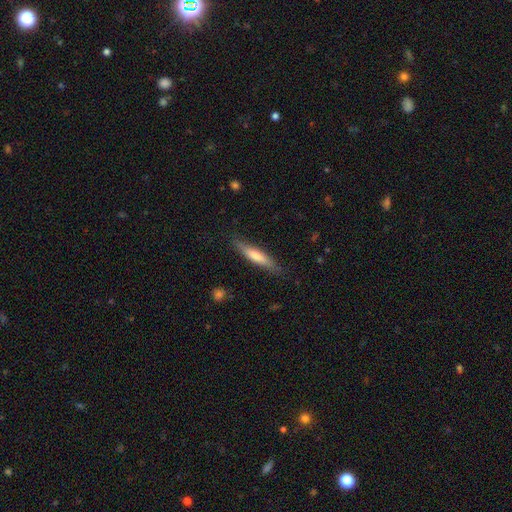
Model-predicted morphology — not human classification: Smooth or featured: smooth — 62% (featured or disk — 33%)
How rounded: cigar-shaped — 87% (in between — 11%)
Merging: none — 85% (minor disturbance — 12%)